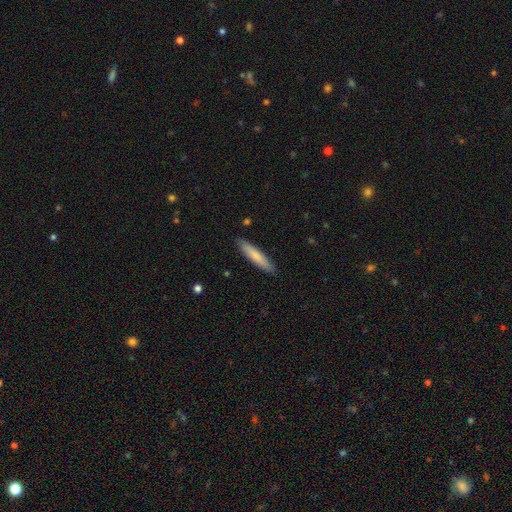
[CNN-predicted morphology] Smooth or featured? Predicted: smooth (p=0.78). How rounded? Predicted: cigar-shaped (p=0.88). Merging? Predicted: none (p=0.89).